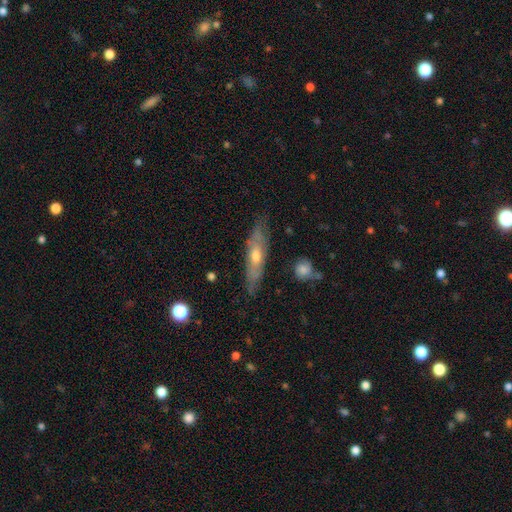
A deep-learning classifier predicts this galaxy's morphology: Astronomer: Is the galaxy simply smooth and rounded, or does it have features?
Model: featured or disk — 61%.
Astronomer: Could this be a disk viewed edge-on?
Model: yes — 63%.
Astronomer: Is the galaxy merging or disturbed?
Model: none — 83%.